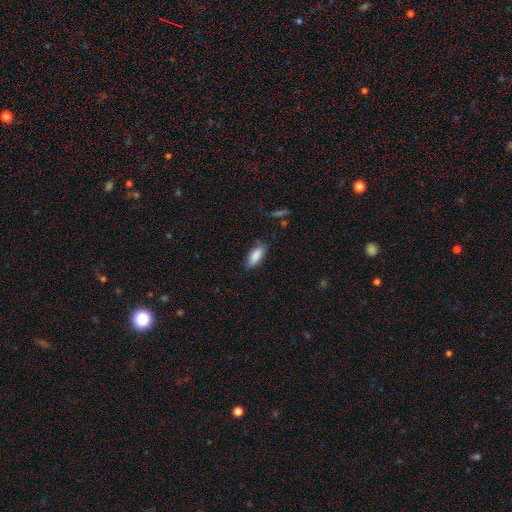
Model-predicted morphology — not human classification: Smooth or featured?
  - smooth: 87% *
  - featured or disk: 7%
  - star or artifact: 6%
How rounded?
  - in between: 81% *
  - cigar-shaped: 17%
  - round: 2%
Merging?
  - none: 79% *
  - minor disturbance: 17%
  - major disturbance: 3%
  - merger: 2%